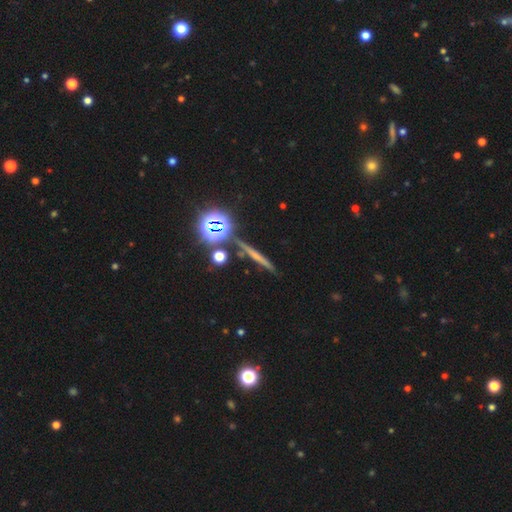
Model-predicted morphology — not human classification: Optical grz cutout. It shows a smooth galaxy with no disk features (39%). Merging: none (84%).